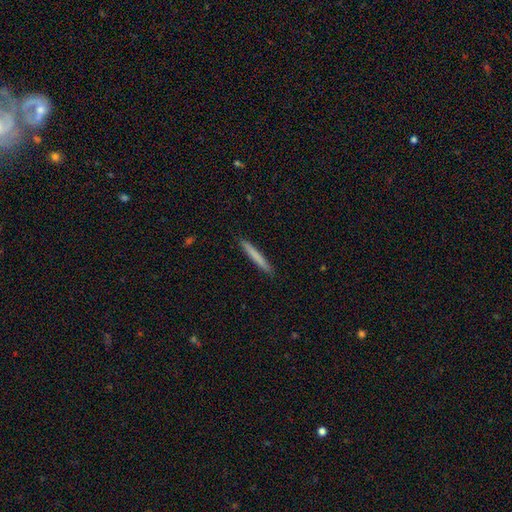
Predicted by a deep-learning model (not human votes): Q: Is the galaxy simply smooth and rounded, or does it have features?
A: smooth — 73%.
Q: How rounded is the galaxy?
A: cigar-shaped — 97%.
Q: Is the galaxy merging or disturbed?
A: none — 91%.